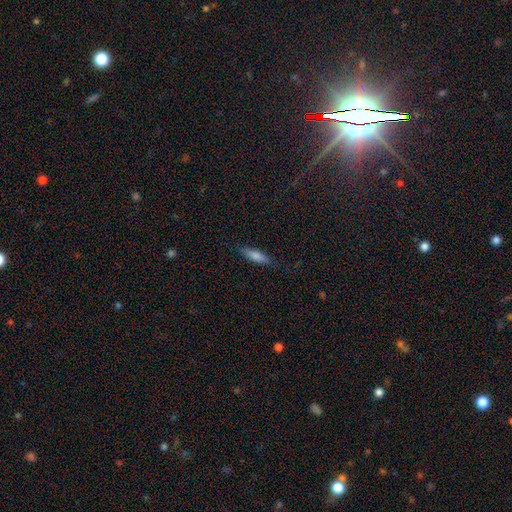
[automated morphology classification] smooth 70%, featured or disk 22%, star or artifact 8%. Down the decision tree: how rounded — cigar-shaped (68%); merging — none (83%).